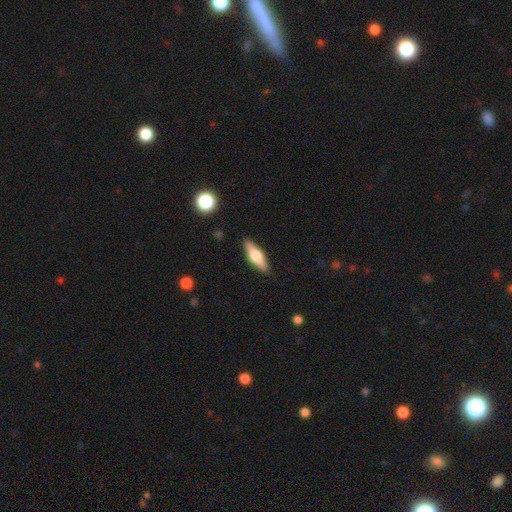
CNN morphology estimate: Smooth or featured: smooth — 53% (featured or disk — 41%)
How rounded: in between — 49% (cigar-shaped — 48%)
Merging: none — 88% (minor disturbance — 9%)